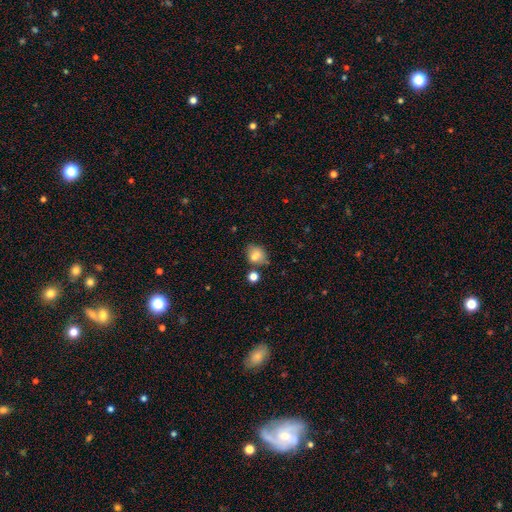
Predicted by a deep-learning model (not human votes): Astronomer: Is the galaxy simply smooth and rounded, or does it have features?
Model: smooth — 78%.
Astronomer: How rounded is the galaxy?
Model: round — 50% (runner-up: in between, 49%).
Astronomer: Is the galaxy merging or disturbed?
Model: none — 63%.